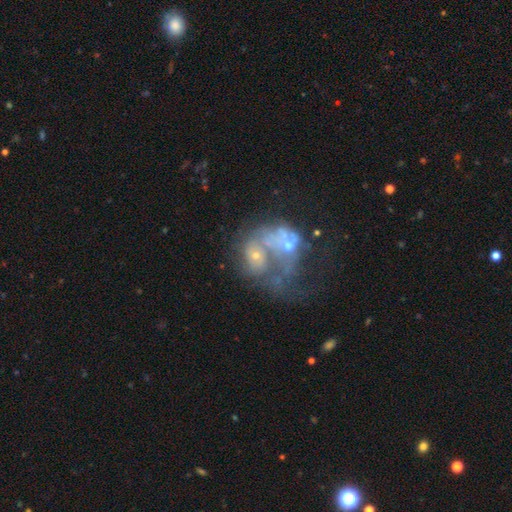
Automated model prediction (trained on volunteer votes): Smooth or featured: featured or disk — 64% (smooth — 22%)
Edge-on disk: no — 98% (yes — 2%)
Bar: no — 88% (weak — 9%)
Spiral arms: no — 78% (yes — 22%)
Bulge size: small — 35% (moderate — 30%)
Merging: merger — 55% (major disturbance — 26%)